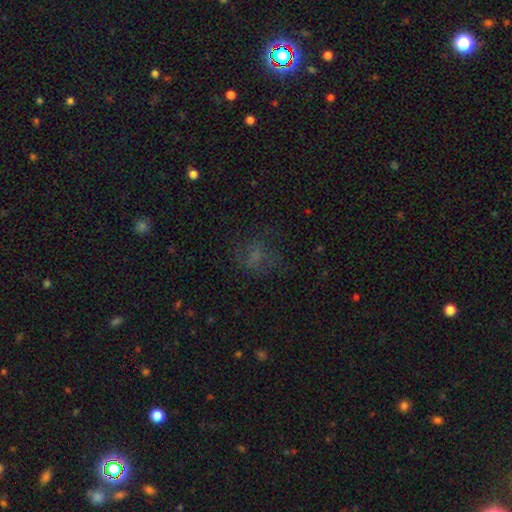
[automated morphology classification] smooth 50%, star or artifact 26%, featured or disk 24%. Down the decision tree: how rounded — round (62%); merging — none (57%).